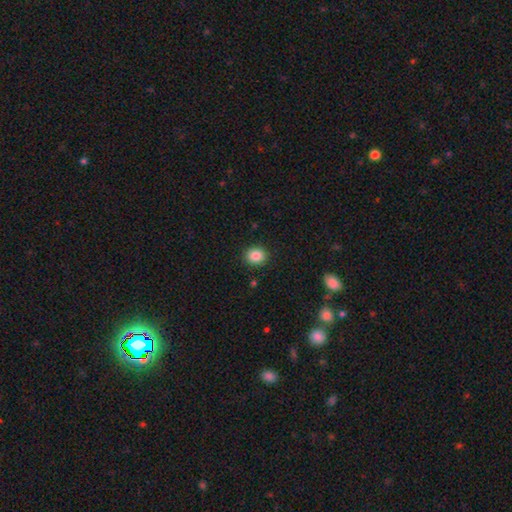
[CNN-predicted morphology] This is clearly a smooth galaxy (86%). How rounded: likely round (70%). Merging: clearly none (89%).